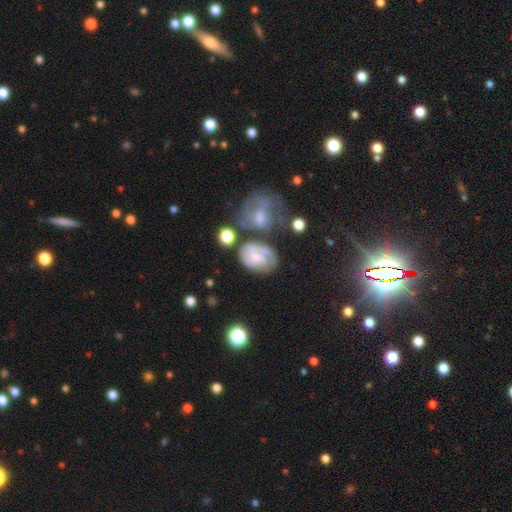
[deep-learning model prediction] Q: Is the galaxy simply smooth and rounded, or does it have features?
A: featured or disk — 53%.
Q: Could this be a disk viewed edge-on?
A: no — 97%.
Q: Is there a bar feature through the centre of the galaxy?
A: no — 61%.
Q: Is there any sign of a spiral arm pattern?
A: yes — 77%.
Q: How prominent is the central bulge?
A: small — 39%.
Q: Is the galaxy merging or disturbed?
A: none — 44%.